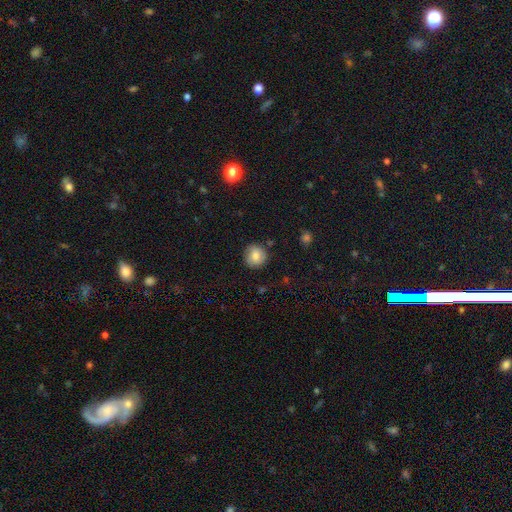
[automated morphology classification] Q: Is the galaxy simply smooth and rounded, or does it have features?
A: smooth — 79%.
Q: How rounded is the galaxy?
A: round — 91%.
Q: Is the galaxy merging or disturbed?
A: none — 84%.